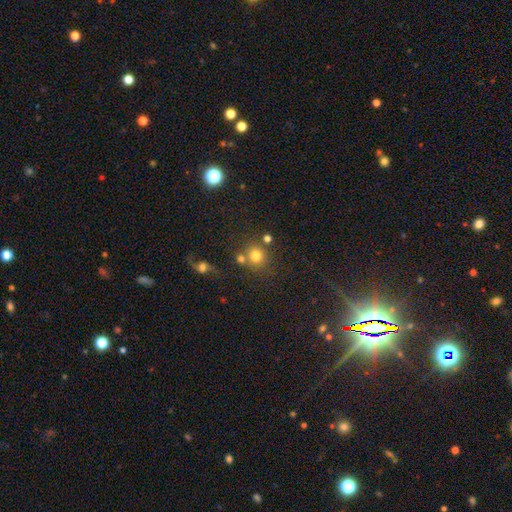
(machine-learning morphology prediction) The model was most divided on "merging": none: 67%, merger: 18%, minor disturbance: 10%, major disturbance: 5%. More confident: how rounded — round (88%); smooth or featured — smooth (76%).